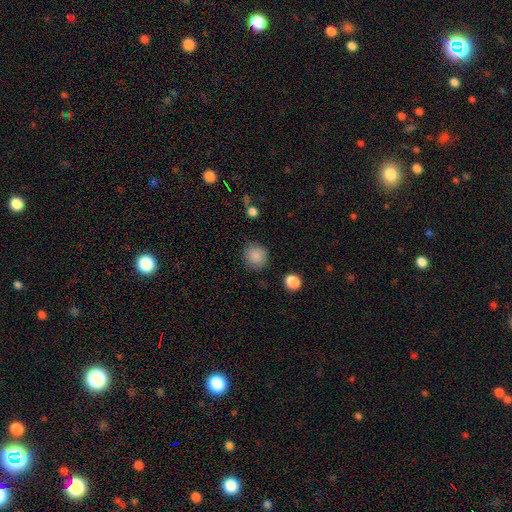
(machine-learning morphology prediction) Smooth or featured? smooth (87%)
How rounded? round (91%)
Merging? none (85%)